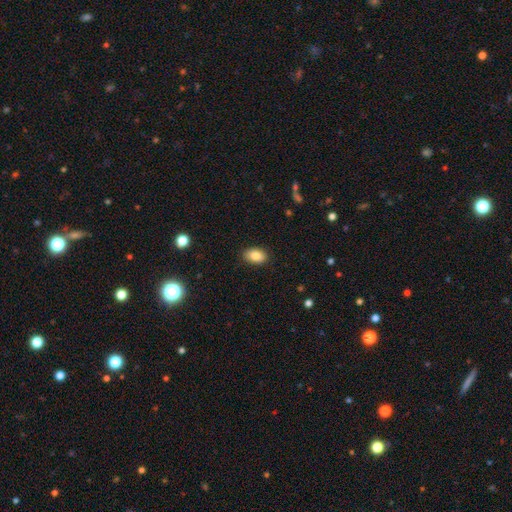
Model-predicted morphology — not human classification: smooth 85%, star or artifact 8%, featured or disk 7%. Down the decision tree: how rounded — in between (89%); merging — none (87%).